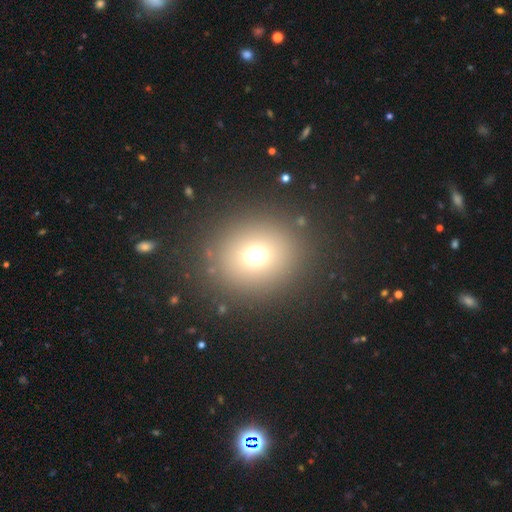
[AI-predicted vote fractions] Smooth or featured: smooth — 69% (star or artifact — 21%)
How rounded: round — 84% (in between — 15%)
Merging: none — 86% (minor disturbance — 7%)